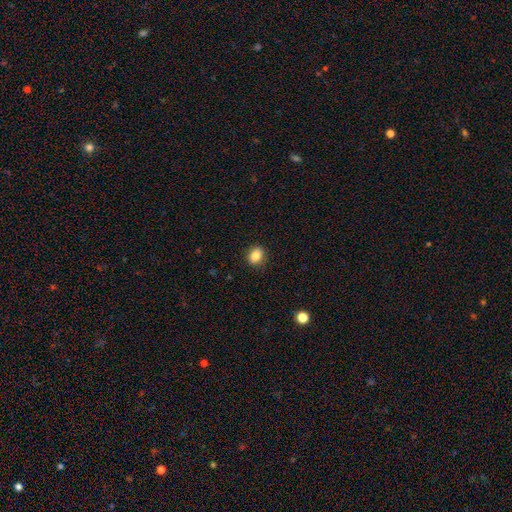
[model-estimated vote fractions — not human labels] A smooth galaxy with no disk features (85%) that is in between round and cigar-shaped (50%). Merging: none (89%).